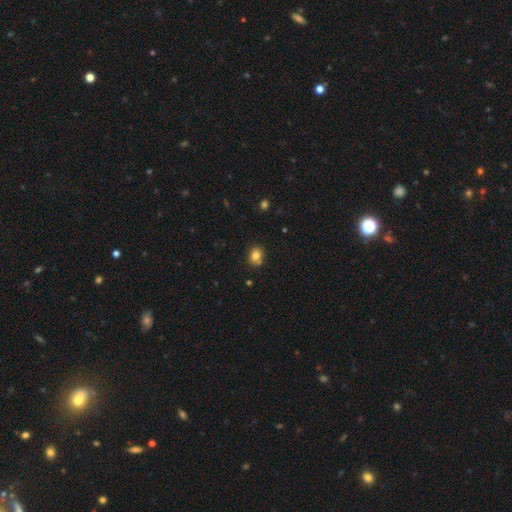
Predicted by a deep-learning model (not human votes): The model was most divided on "how rounded": round: 63%, in between: 36%, cigar-shaped: 1%. More confident: smooth or featured — smooth (81%); merging — none (78%).